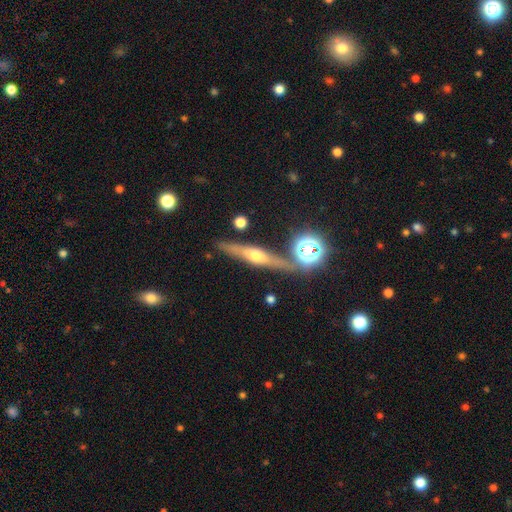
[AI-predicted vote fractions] smooth_or_featured: featured or disk (p=0.66) [alt: smooth p=0.24]
disk_edge_on: yes (p=0.93) [alt: no p=0.07]
edge_on_bulge: rounded (p=0.91) [alt: boxy p=0.05]
merging: none (p=0.79) [alt: minor disturbance p=0.10]